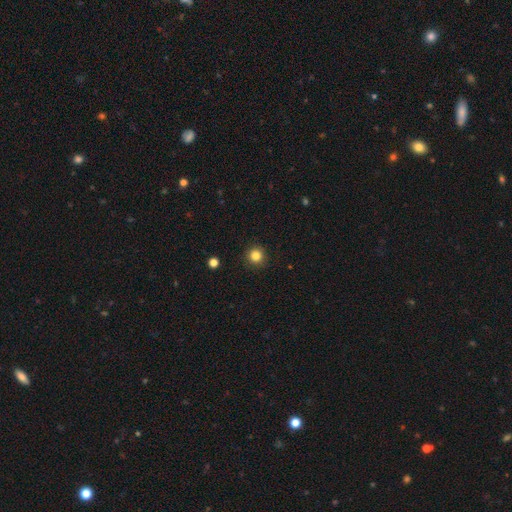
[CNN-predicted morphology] Overall: smooth (83%). How rounded: round (95%). Merging: none (92%).